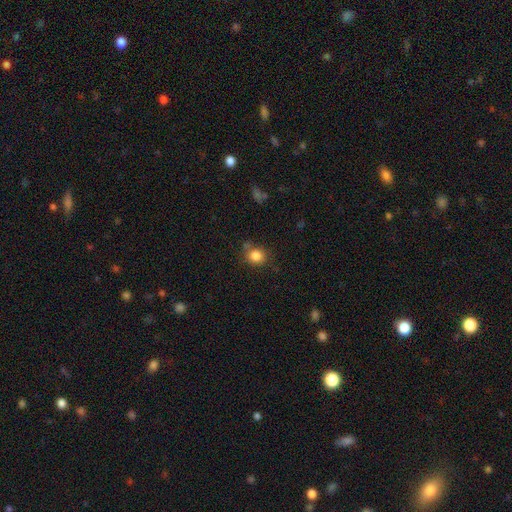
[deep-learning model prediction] Smooth or featured? smooth (84%)
How rounded? round (82%)
Merging? none (73%)